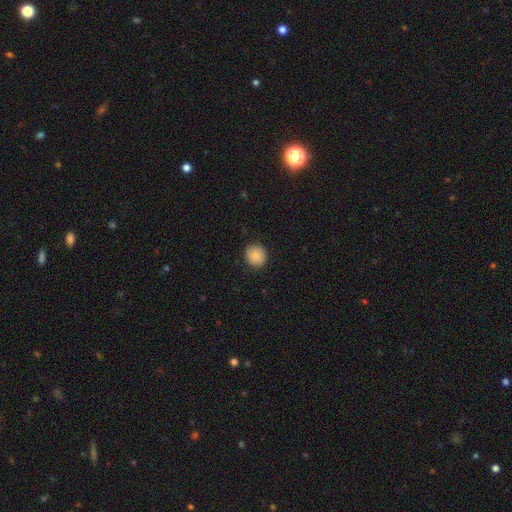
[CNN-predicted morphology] smooth-or-featured: smooth: 86% | star or artifact: 8% | featured or disk: 6%
  how-rounded: round: 88% | in between: 11% | cigar-shaped: 1%
  merging: none: 88% | minor disturbance: 9% | major disturbance: 2% | merger: 1%